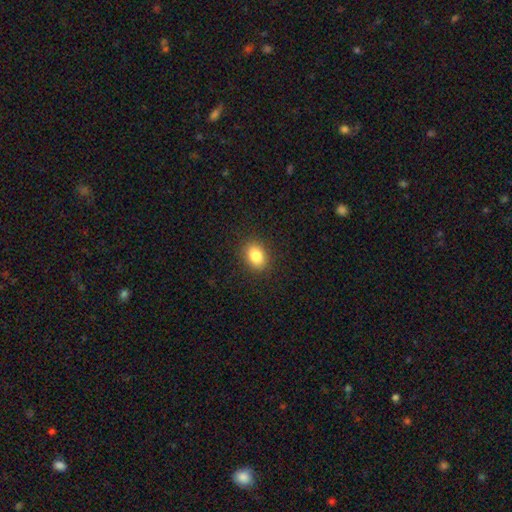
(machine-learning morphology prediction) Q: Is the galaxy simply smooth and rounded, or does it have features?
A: smooth — 84%.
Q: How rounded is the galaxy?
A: in between — 70%.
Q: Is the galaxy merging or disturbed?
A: none — 88%.